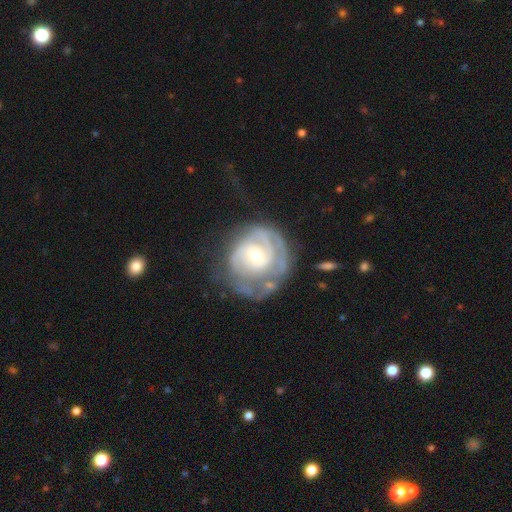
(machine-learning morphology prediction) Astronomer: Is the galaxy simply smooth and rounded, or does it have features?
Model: featured or disk — 78%.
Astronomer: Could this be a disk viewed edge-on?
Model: no — 97%.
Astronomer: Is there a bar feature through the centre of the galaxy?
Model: no — 70%.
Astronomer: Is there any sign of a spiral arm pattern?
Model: yes — 83%.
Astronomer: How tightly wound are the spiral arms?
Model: tight — 69%.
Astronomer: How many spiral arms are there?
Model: can't tell — 42% (runner-up: 2, 27%).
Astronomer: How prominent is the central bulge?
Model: moderate — 53% (runner-up: small, 41%).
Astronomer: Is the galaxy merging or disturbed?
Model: none — 44% (runner-up: major disturbance, 26%).